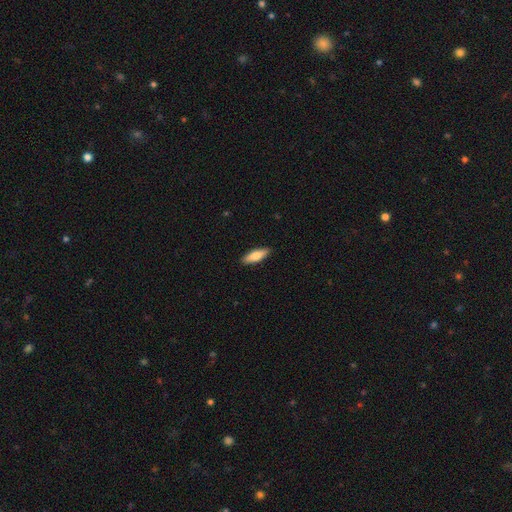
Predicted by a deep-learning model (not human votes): smooth-or-featured: smooth: 70% | featured or disk: 25% | star or artifact: 5%
  how-rounded: in between: 50% | cigar-shaped: 48% | round: 2%
  merging: none: 90% | minor disturbance: 7% | major disturbance: 2% | merger: 1%